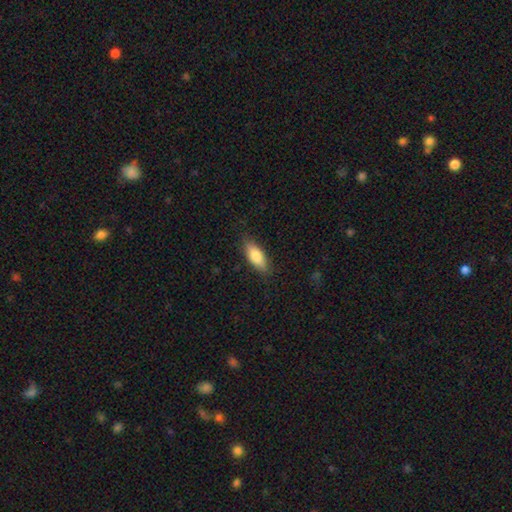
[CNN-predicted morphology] Smooth or featured? smooth (77%)
How rounded? in between (70%)
Merging? none (85%)